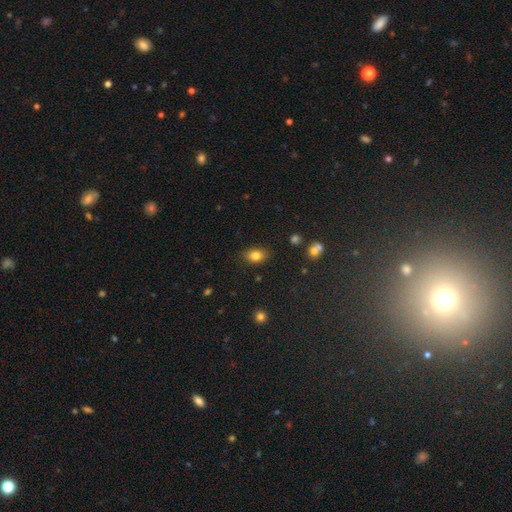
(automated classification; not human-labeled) A smooth galaxy with no disk features (81%) that is in between round and cigar-shaped (80%).

Vote fractions:
- Smooth or featured? smooth: 81% / star or artifact: 10% / featured or disk: 9%
- How rounded? in between: 80% / round: 18% / cigar-shaped: 2%
- Merging? none: 85% / minor disturbance: 11% / major disturbance: 2% / merger: 2%